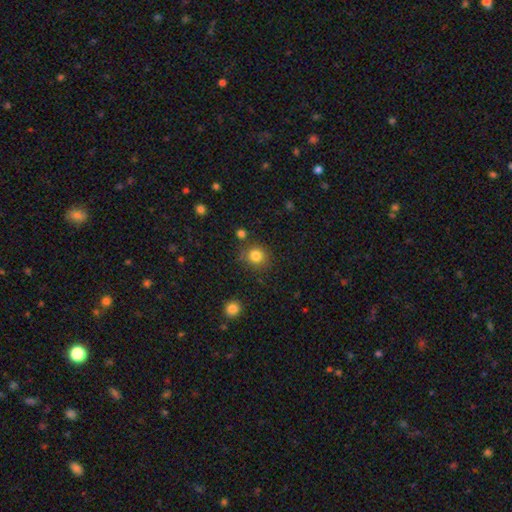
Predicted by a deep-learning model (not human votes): Smooth or featured: smooth — 83% (star or artifact — 12%)
How rounded: round — 87% (in between — 12%)
Merging: none — 81% (minor disturbance — 11%)